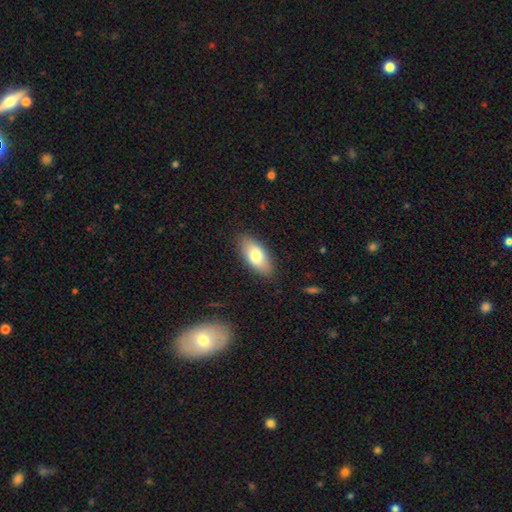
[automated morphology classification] This is likely a smooth galaxy (76%). How rounded: clearly in between (88%). Merging: clearly none (87%).